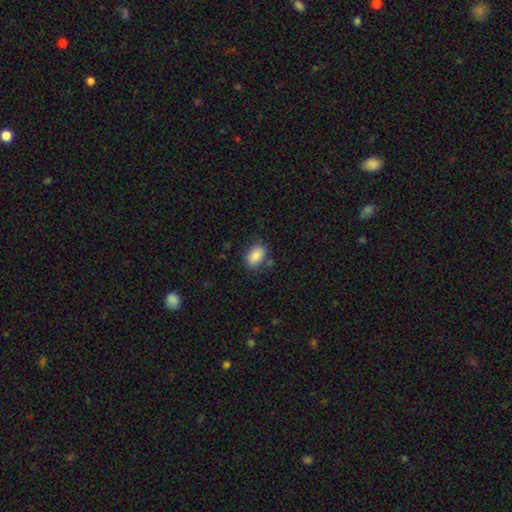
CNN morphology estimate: Smooth or featured? Predicted: smooth (p=0.86). How rounded? Predicted: in between (p=0.84). Merging? Predicted: none (p=0.76).